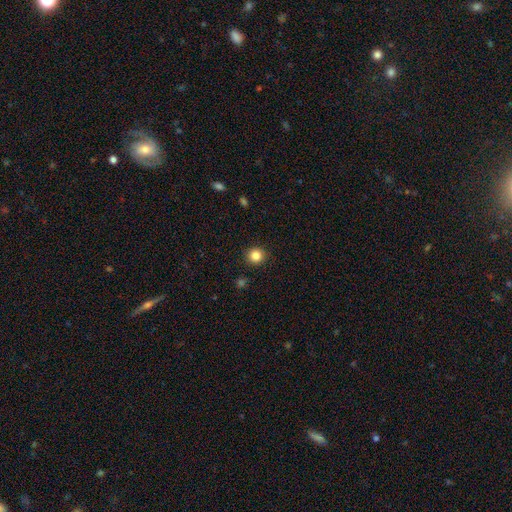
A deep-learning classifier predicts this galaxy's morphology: Smooth or featured? Predicted: smooth (p=0.84). How rounded? Predicted: round (p=0.91). Merging? Predicted: none (p=0.92).